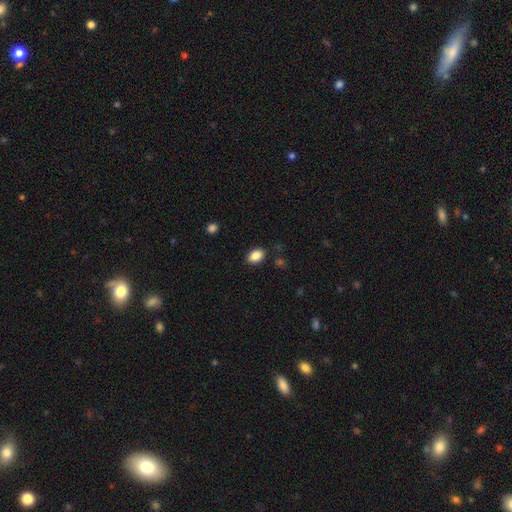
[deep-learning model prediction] A smooth galaxy with no disk features (88%) that is in between round and cigar-shaped (81%).

Vote fractions:
- Smooth or featured? smooth: 88% / star or artifact: 8% / featured or disk: 4%
- How rounded? in between: 81% / round: 17% / cigar-shaped: 1%
- Merging? none: 86% / minor disturbance: 10% / major disturbance: 3% / merger: 2%